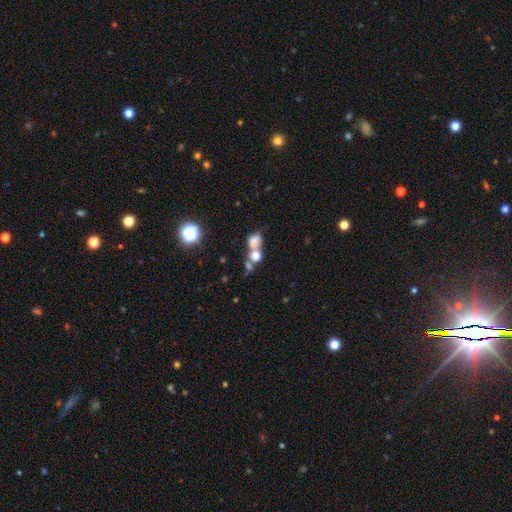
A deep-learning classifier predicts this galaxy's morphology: Overall: smooth (68%). How rounded: round (57%; in between 40%). Merging: merger (56%; none 27%).